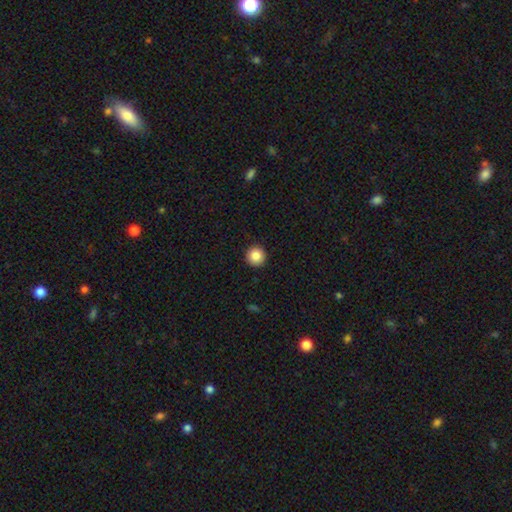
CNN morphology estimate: type=smooth (86%); roundness=round (95%); merging=none (93%).